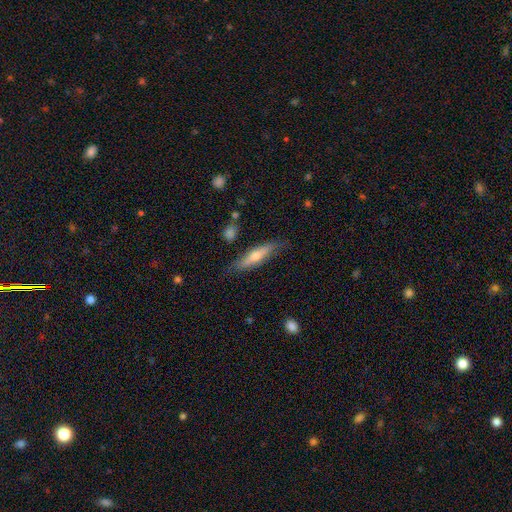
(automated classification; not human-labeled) This appears to be a featured or disk galaxy (48%). Merging: none (77%).